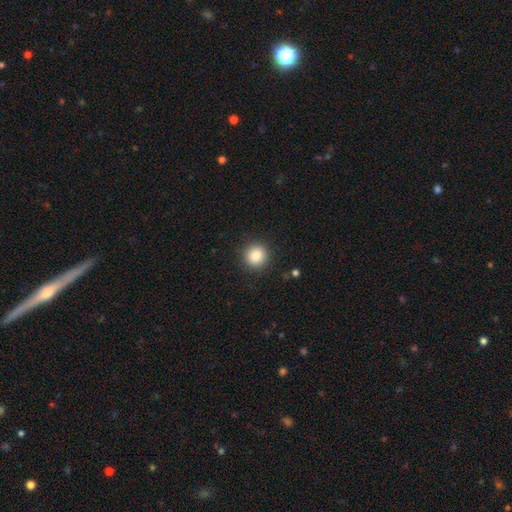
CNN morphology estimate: Smooth or featured? smooth (85%)
How rounded? round (93%)
Merging? none (90%)